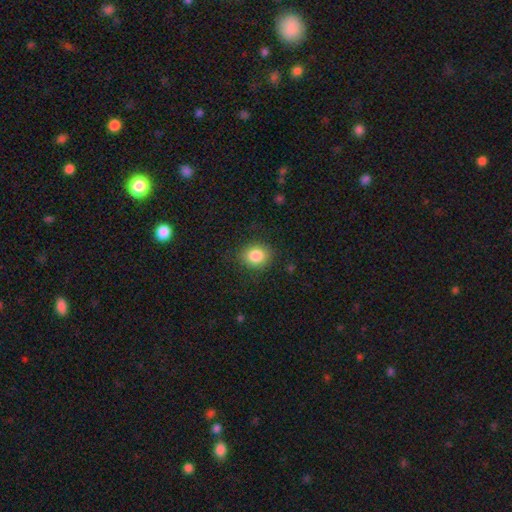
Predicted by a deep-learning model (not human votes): smooth 85%, star or artifact 9%, featured or disk 6%. Down the decision tree: how rounded — round (65%); merging — none (84%).